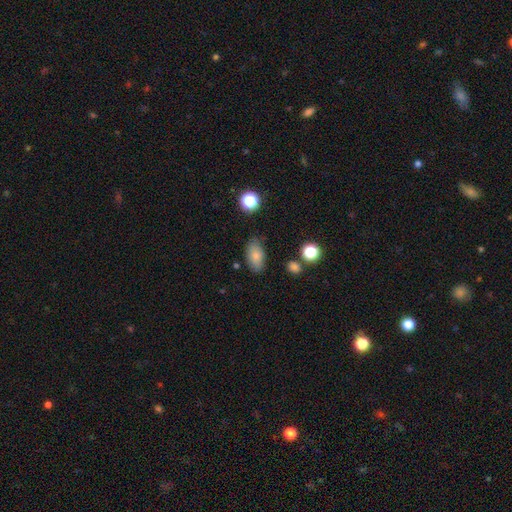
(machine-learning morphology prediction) A smooth galaxy with no disk features (81%) that is in between round and cigar-shaped (90%). Merging: none (78%).